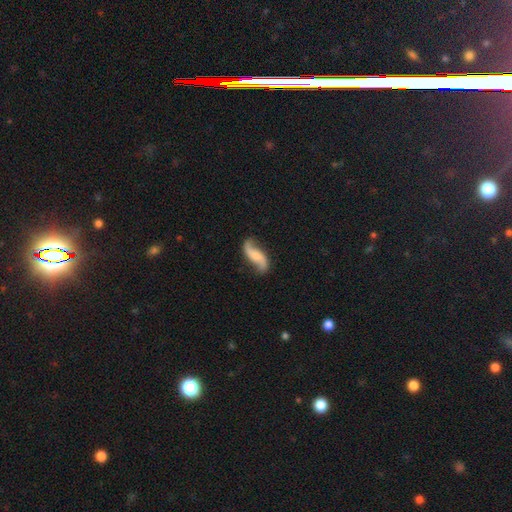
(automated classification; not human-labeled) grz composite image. It shows a featured or disk galaxy (79%) with no bar (55%), 2 (93%) loose (85%) spiral arms (95%) and a small central bulge (36%). Merging: none (78%).